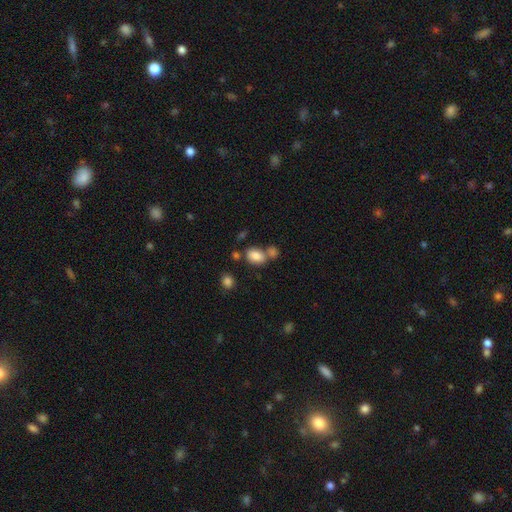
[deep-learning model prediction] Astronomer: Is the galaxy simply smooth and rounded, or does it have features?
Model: smooth — 83%.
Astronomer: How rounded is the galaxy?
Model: in between — 80%.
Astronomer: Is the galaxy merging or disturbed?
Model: none — 52% (runner-up: merger, 30%).